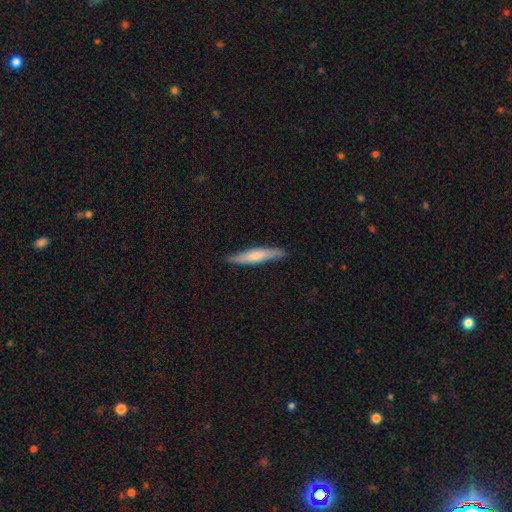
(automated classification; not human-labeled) Morphology: type=smooth (62%); roundness=cigar-shaped (92%); merging=none (87%).